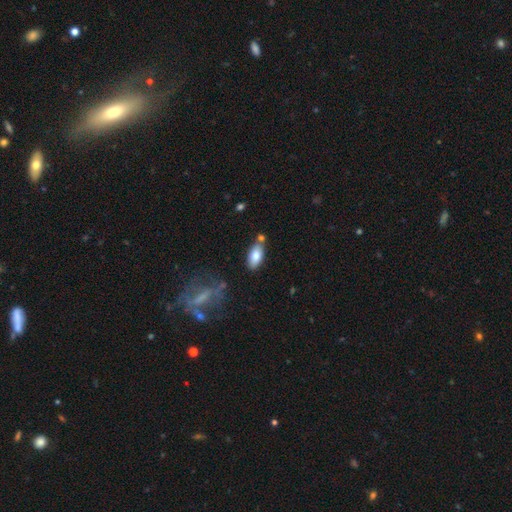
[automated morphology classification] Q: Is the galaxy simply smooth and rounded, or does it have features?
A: smooth — 79%.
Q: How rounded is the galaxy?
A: in between — 91%.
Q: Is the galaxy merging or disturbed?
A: none — 73%.